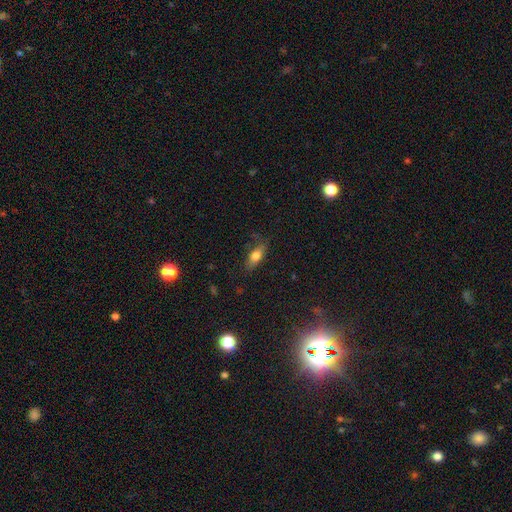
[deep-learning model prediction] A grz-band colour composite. It shows a smooth galaxy with no disk features (73%) that is in between round and cigar-shaped (73%). Merging: none (70%).